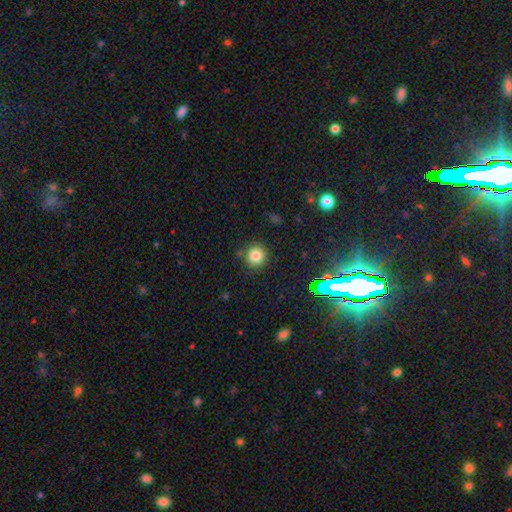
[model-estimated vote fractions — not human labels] Q: Smooth or featured?
A: smooth (80%); runner-up: star or artifact (14%)
Q: How rounded?
A: round (93%); runner-up: in between (6%)
Q: Merging?
A: none (86%); runner-up: minor disturbance (8%)